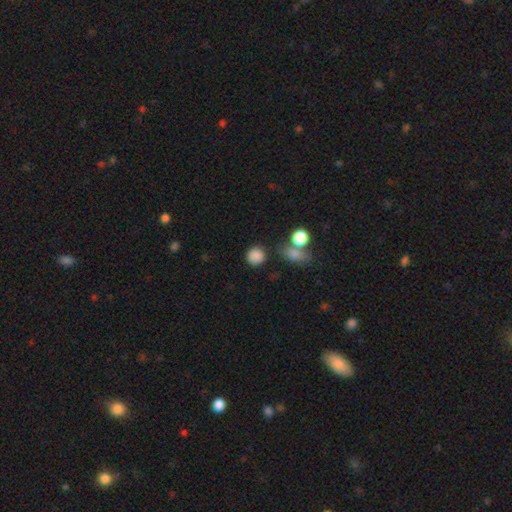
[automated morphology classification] This appears to be a smooth galaxy with no disk features (85%) that is round (88%). Merging: none (75%).